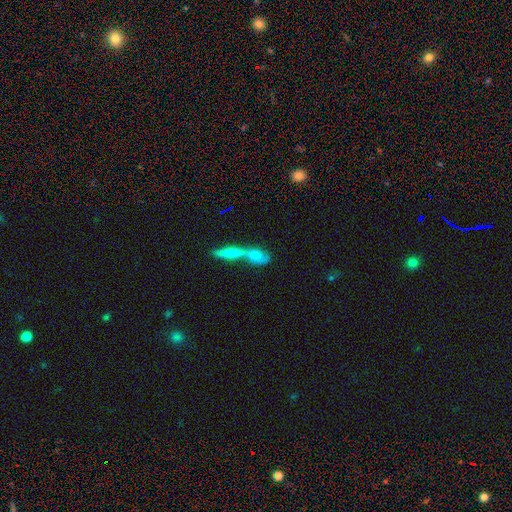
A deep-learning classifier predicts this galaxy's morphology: This appears to be a smooth galaxy with no disk features (59%) that is in between round and cigar-shaped (51%). Merging: merger (62%).